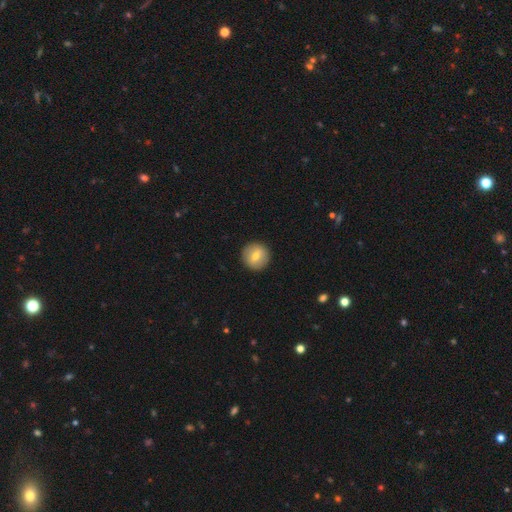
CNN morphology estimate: Smooth or featured: smooth — 69% (featured or disk — 23%)
How rounded: round — 95% (in between — 4%)
Merging: none — 92% (minor disturbance — 5%)